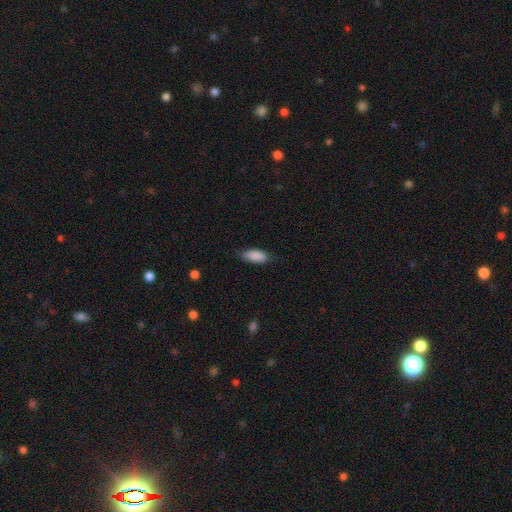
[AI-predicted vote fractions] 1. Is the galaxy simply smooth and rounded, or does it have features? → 89% smooth, 6% star or artifact, 5% featured or disk.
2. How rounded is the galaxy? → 81% in between, 17% cigar-shaped, 2% round.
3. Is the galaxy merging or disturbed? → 79% none, 17% minor disturbance, 3% major disturbance, 1% merger.